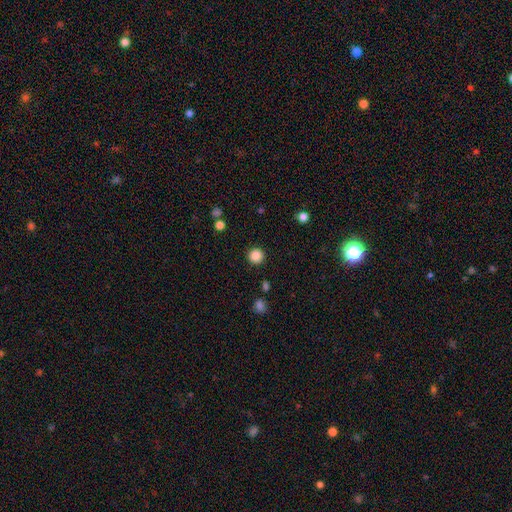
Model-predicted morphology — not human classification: Smooth or featured? smooth (86%)
How rounded? round (95%)
Merging? none (91%)